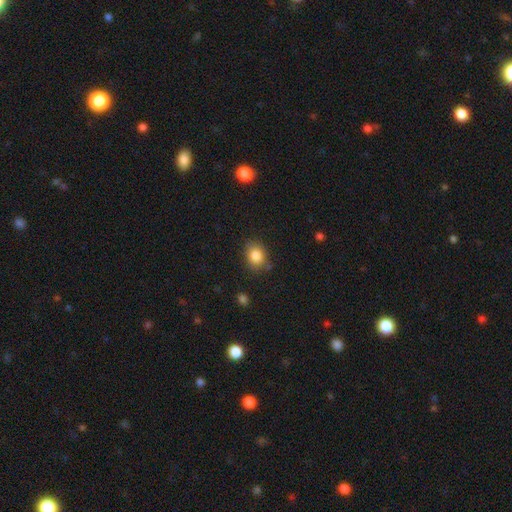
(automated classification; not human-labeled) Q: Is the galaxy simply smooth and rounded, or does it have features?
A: smooth — 84%.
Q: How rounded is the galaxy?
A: in between — 51%.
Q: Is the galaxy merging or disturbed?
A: none — 80%.